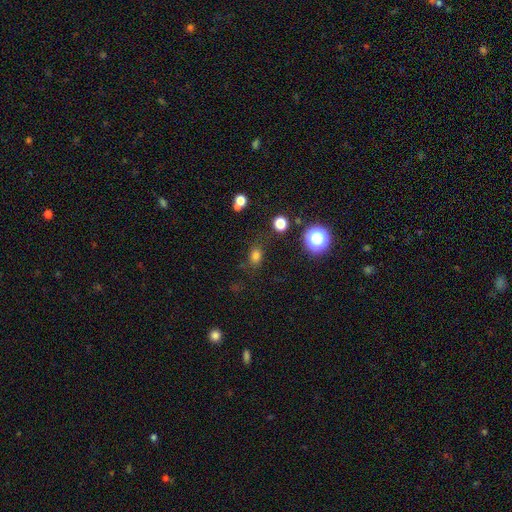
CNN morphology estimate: smooth-or-featured: smooth: 75% | star or artifact: 19% | featured or disk: 6%
  how-rounded: in between: 59% | round: 39% | cigar-shaped: 2%
  merging: none: 75% | minor disturbance: 15% | major disturbance: 6% | merger: 3%